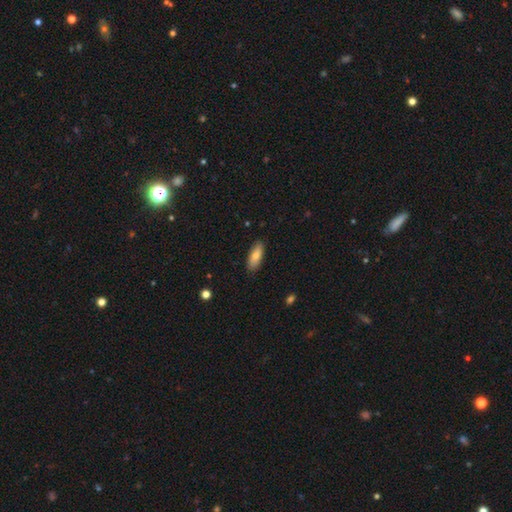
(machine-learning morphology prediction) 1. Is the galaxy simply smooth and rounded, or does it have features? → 75% smooth, 18% featured or disk, 6% star or artifact.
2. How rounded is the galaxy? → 68% in between, 29% cigar-shaped, 2% round.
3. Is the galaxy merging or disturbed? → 87% none, 10% minor disturbance, 2% major disturbance, 1% merger.